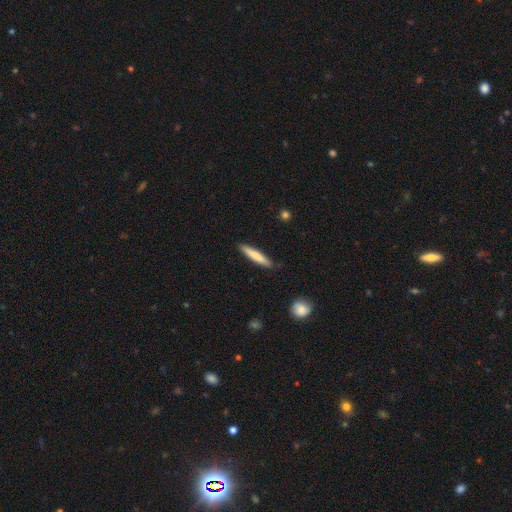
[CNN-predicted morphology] A smooth galaxy with no disk features (76%) that is cigar-shaped (91%). Merging: none (88%).